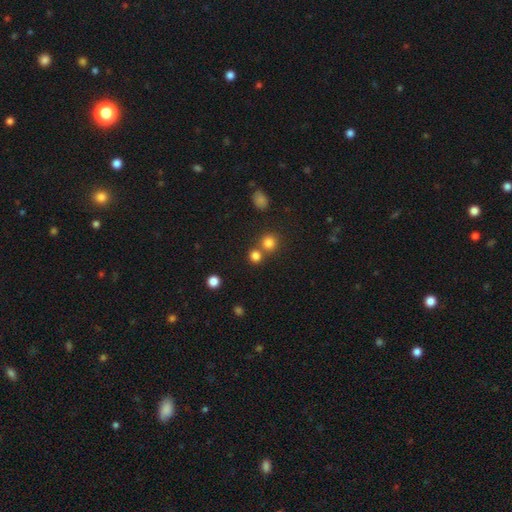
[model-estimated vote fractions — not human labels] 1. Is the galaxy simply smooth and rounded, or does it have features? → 79% smooth, 16% star or artifact, 6% featured or disk.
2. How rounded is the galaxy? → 88% round, 11% in between, 1% cigar-shaped.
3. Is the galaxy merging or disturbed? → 63% none, 28% merger, 6% minor disturbance, 3% major disturbance.